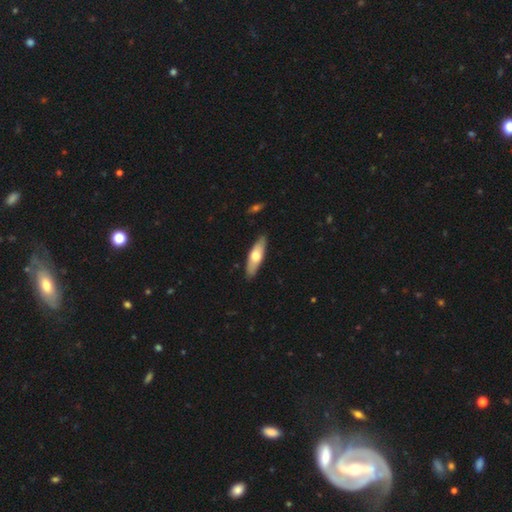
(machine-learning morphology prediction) Smooth or featured? smooth (58%)
How rounded? cigar-shaped (56%)
Merging? none (88%)